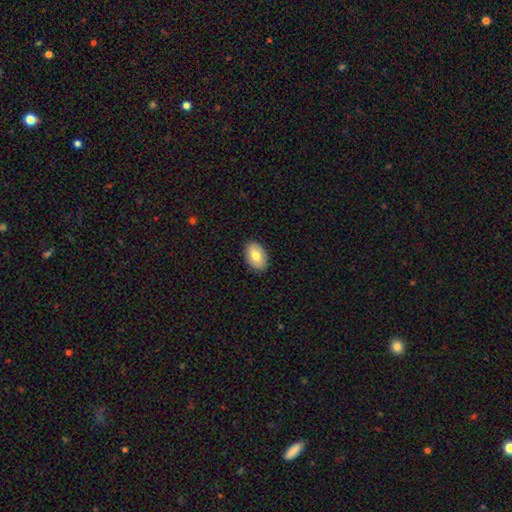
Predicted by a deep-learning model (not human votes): Morphology: type=smooth (76%); roundness=in between (88%); merging=none (88%).